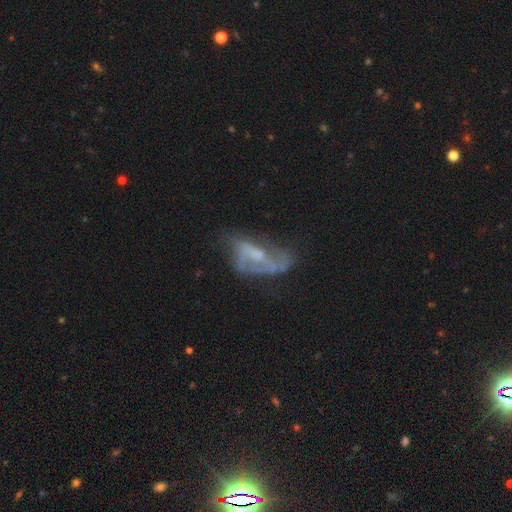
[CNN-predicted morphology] Overall: featured or disk (67%). Edge-on disk: no (93%). Bar: no (55%; weak 35%). Spiral arms: yes (56%; no 44%). Bulge size: small (40%; moderate 30%). Merging: none (36%; major disturbance 34%).